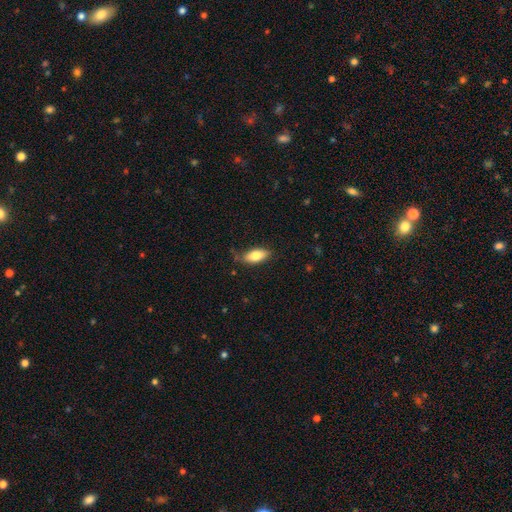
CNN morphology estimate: Q: Smooth or featured?
A: smooth (78%); runner-up: featured or disk (15%)
Q: How rounded?
A: in between (87%); runner-up: cigar-shaped (10%)
Q: Merging?
A: none (72%); runner-up: minor disturbance (21%)